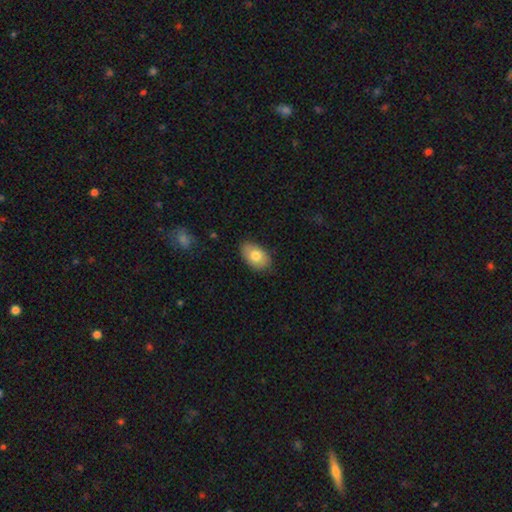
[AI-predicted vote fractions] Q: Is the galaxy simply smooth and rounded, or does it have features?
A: smooth — 76%.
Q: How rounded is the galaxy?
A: in between — 90%.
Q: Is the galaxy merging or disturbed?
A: none — 81%.